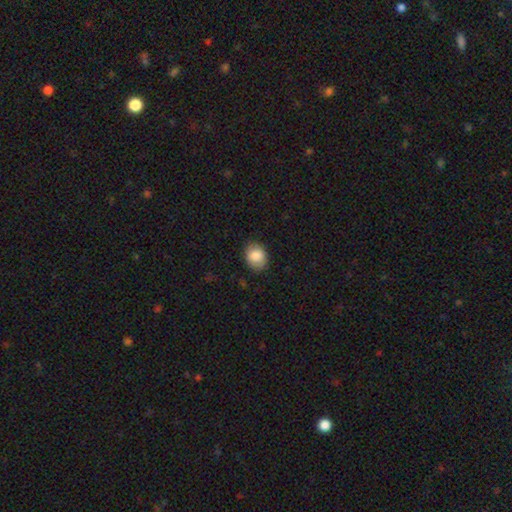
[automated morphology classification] Smooth or featured?
  - smooth: 85% *
  - star or artifact: 8%
  - featured or disk: 7%
How rounded?
  - in between: 52% *
  - round: 47%
  - cigar-shaped: 1%
Merging?
  - none: 82% *
  - minor disturbance: 14%
  - major disturbance: 3%
  - merger: 1%